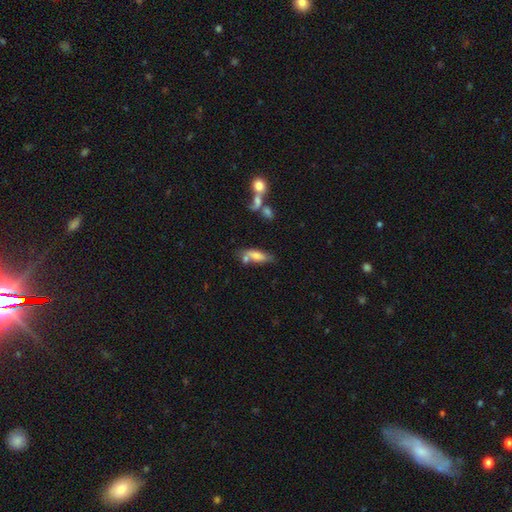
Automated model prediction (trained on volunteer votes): smooth_or_featured: smooth (p=0.65) [alt: featured or disk p=0.26]
how_rounded: in between (p=0.57) [alt: cigar-shaped p=0.40]
merging: none (p=0.44) [alt: merger p=0.28]